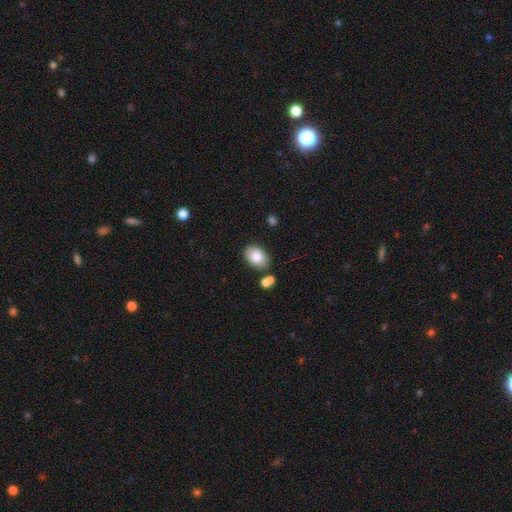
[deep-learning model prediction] Q: Smooth or featured?
A: smooth (80%); runner-up: featured or disk (13%)
Q: How rounded?
A: in between (84%); runner-up: round (15%)
Q: Merging?
A: none (79%); runner-up: minor disturbance (11%)